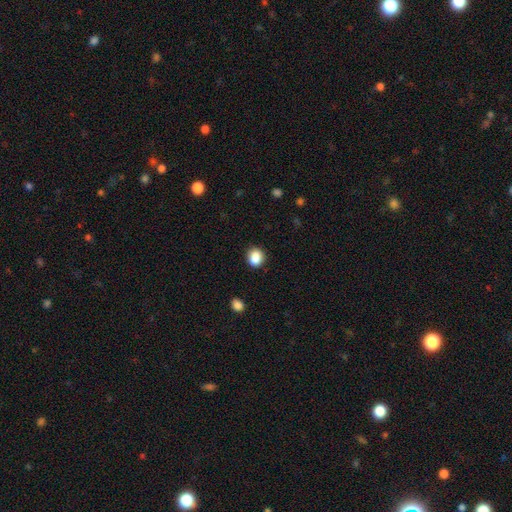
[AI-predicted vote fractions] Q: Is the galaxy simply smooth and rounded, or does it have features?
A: smooth — 87%.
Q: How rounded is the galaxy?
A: round — 65%.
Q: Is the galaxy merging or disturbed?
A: none — 87%.